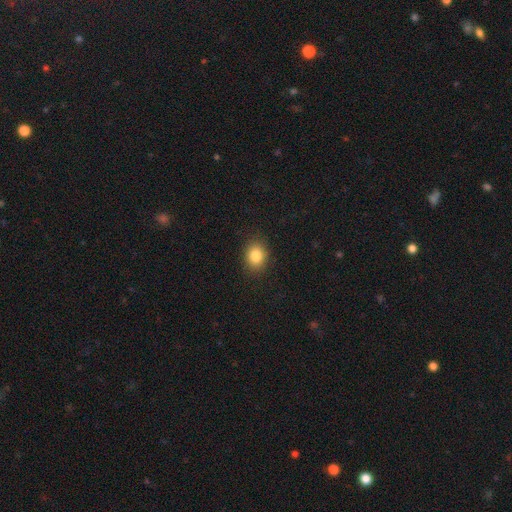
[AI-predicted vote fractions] A smooth galaxy with no disk features (84%) that is round (50%).

Vote fractions:
- Smooth or featured? smooth: 84% / star or artifact: 10% / featured or disk: 5%
- How rounded? round: 50% / in between: 49% / cigar-shaped: 1%
- Merging? none: 88% / minor disturbance: 8% / major disturbance: 2% / merger: 1%